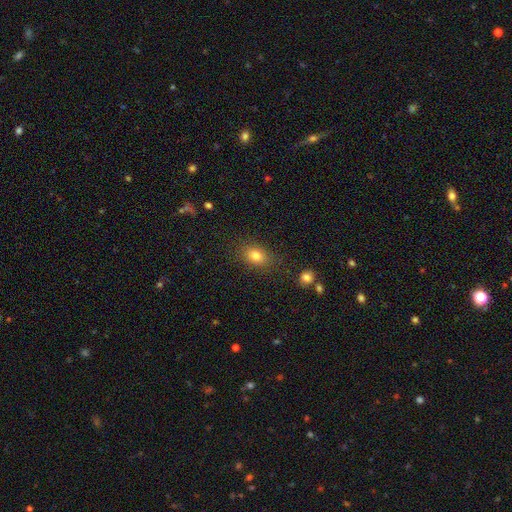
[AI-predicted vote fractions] A smooth galaxy with no disk features (80%) that is in between round and cigar-shaped (64%). Merging: none (82%).